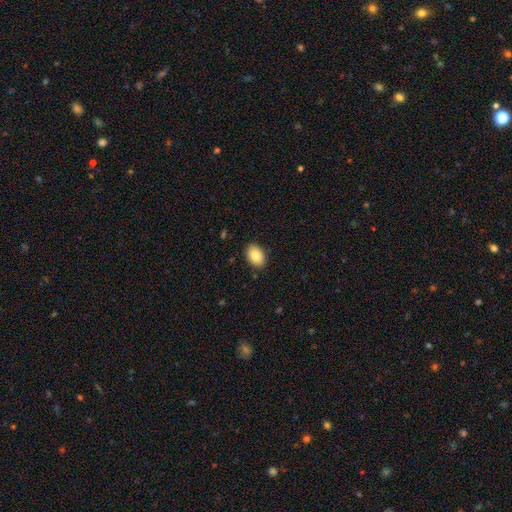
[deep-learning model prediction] Smooth or featured: smooth — 85% (star or artifact — 8%)
How rounded: in between — 83% (round — 16%)
Merging: none — 88% (minor disturbance — 9%)